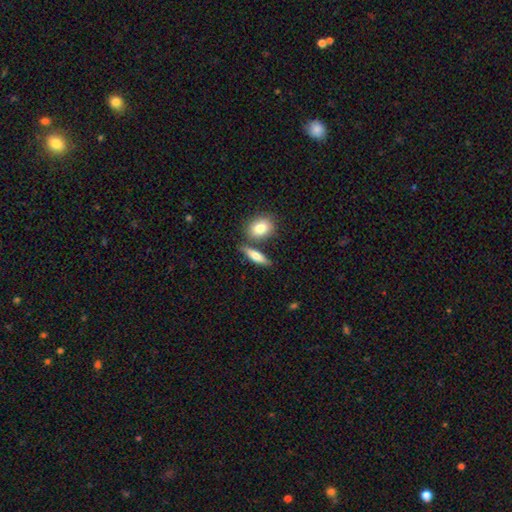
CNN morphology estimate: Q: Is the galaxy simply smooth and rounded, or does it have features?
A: smooth — 71%.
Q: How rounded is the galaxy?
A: in between — 52%.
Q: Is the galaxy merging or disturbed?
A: none — 64%.